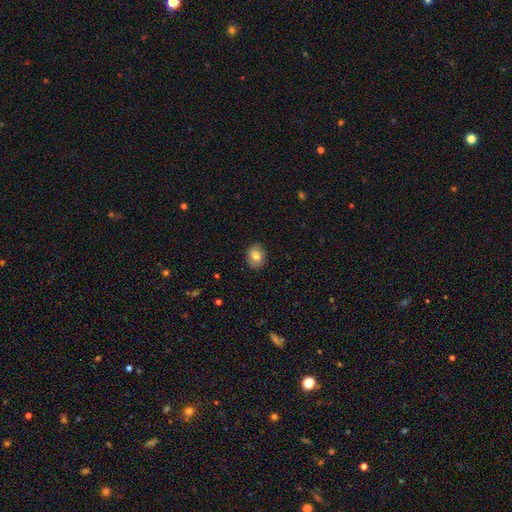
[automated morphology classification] This is clearly a smooth galaxy (80%). How rounded: possibly in between (53%). Merging: clearly none (88%).